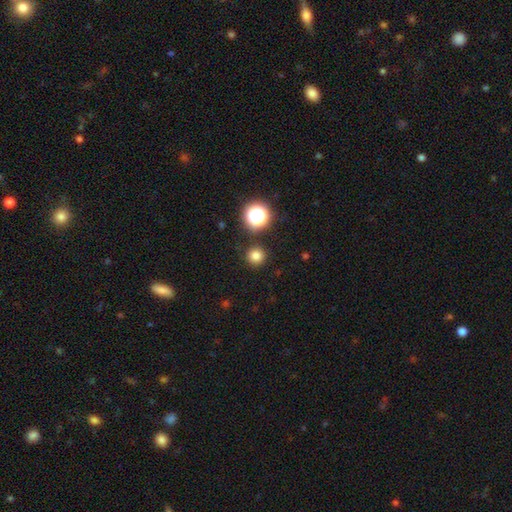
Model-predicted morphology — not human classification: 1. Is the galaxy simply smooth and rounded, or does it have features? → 79% smooth, 16% star or artifact, 5% featured or disk.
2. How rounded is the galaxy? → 95% round, 4% in between, 1% cigar-shaped.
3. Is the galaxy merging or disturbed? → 89% none, 6% minor disturbance, 2% merger, 2% major disturbance.